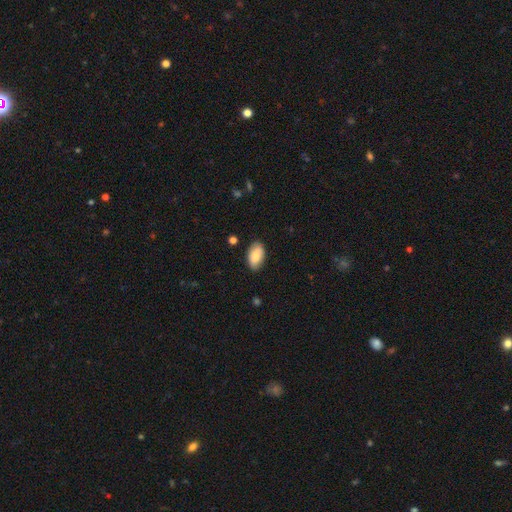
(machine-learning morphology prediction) Overall: smooth (82%). How rounded: in between (94%). Merging: none (84%).